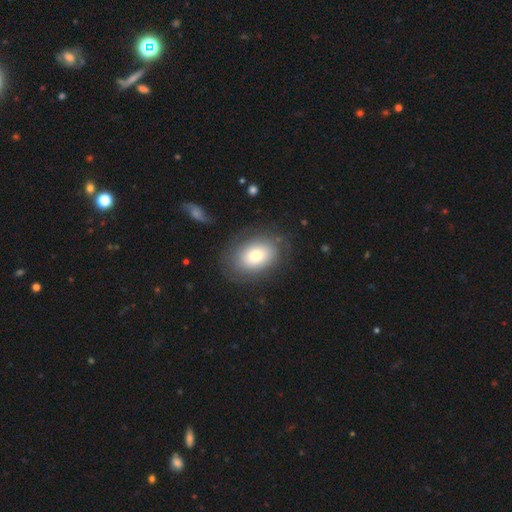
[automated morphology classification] Smooth or featured? smooth (72%)
How rounded? in between (72%)
Merging? none (77%)